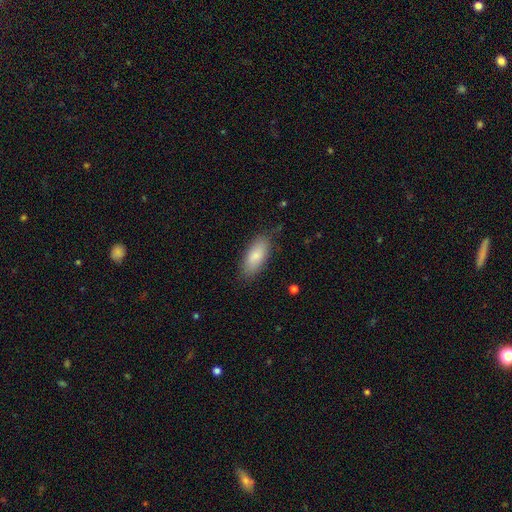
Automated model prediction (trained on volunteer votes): Smooth or featured: smooth — 83% (featured or disk — 11%)
How rounded: in between — 83% (cigar-shaped — 15%)
Merging: none — 80% (minor disturbance — 15%)